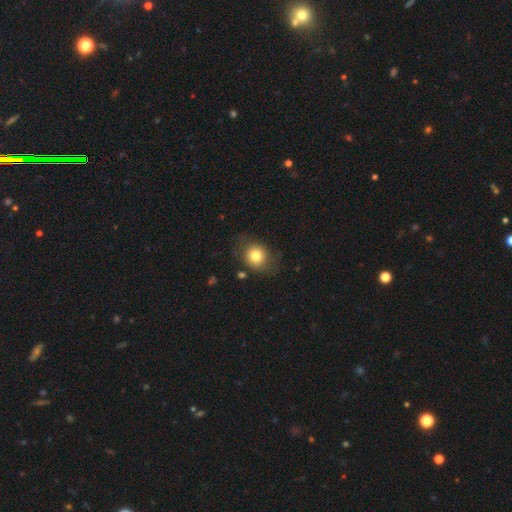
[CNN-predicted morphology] This appears to be a smooth galaxy with no disk features (79%) that is round (72%). Merging: none (70%).